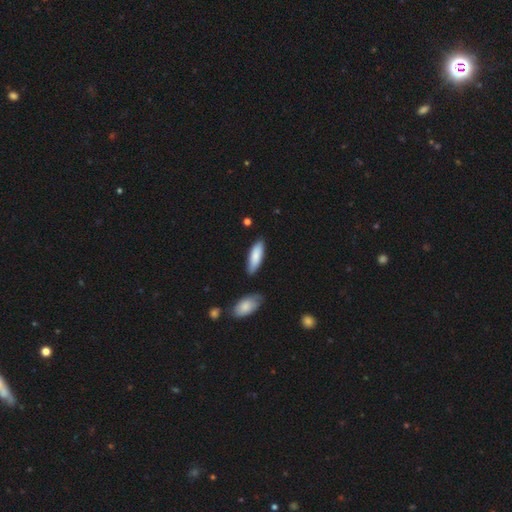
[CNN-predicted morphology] Overall: smooth (83%). How rounded: in between (56%; cigar-shaped 43%). Merging: none (80%).